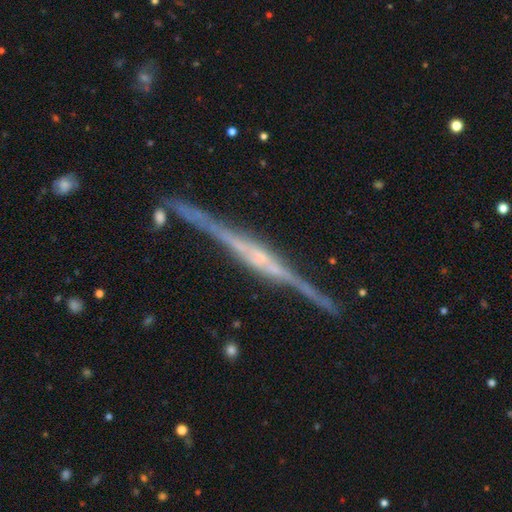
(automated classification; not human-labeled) Smooth or featured?
  - featured or disk: 88% *
  - star or artifact: 6%
  - smooth: 6%
Edge-on disk?
  - yes: 98% *
  - no: 2%
Edge-on bulge?
  - rounded: 47% *
  - boxy: 30%
  - none: 23%
Merging?
  - none: 87% *
  - minor disturbance: 9%
  - merger: 2%
  - major disturbance: 2%